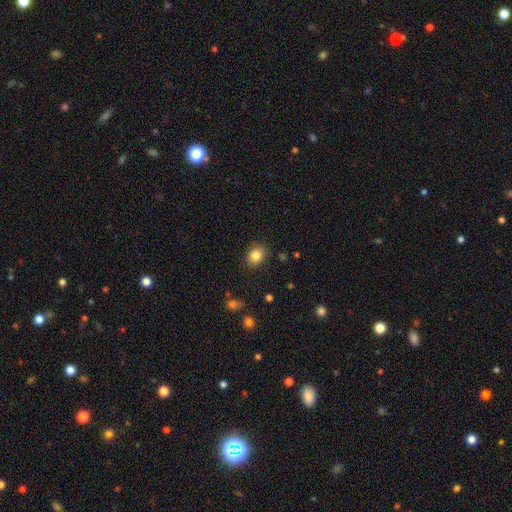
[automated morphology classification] type=smooth (84%); roundness=in between (56%); merging=none (85%).